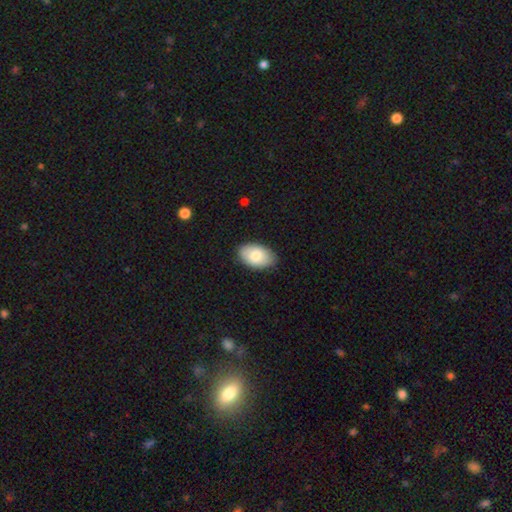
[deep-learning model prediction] The model was most divided on "smooth or featured": smooth: 79%, featured or disk: 14%, star or artifact: 6%. More confident: how rounded — in between (93%); merging — none (84%).